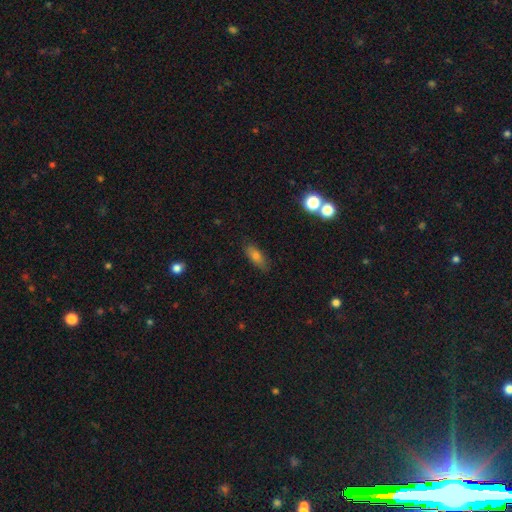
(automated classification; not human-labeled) smooth 73%, featured or disk 17%, star or artifact 10%. Down the decision tree: how rounded — in between (69%); merging — none (83%).